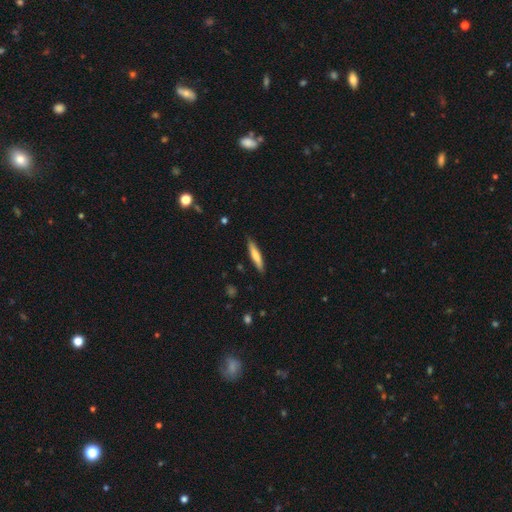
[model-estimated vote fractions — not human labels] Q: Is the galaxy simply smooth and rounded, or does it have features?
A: smooth — 70%.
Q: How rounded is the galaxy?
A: cigar-shaped — 88%.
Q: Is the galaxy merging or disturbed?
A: none — 86%.